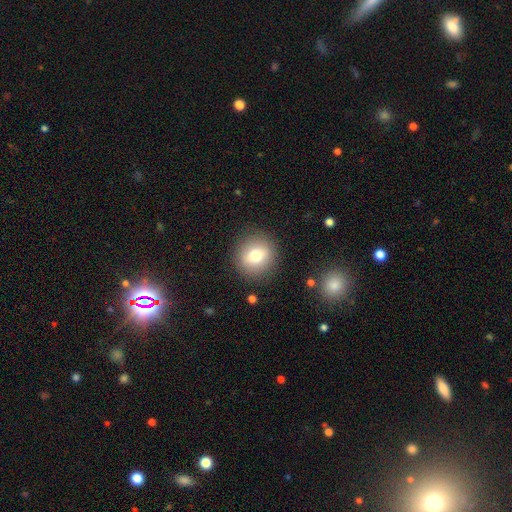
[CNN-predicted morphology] Smooth or featured: smooth — 74% (featured or disk — 15%)
How rounded: round — 90% (in between — 9%)
Merging: none — 89% (minor disturbance — 7%)